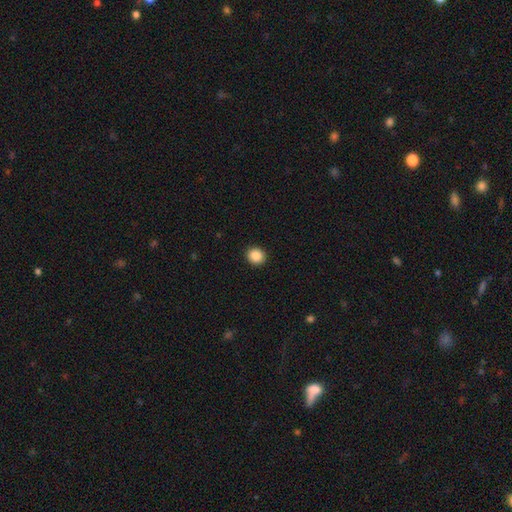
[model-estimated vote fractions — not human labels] Smooth or featured: smooth — 88% (star or artifact — 9%)
How rounded: round — 86% (in between — 13%)
Merging: none — 92% (minor disturbance — 5%)